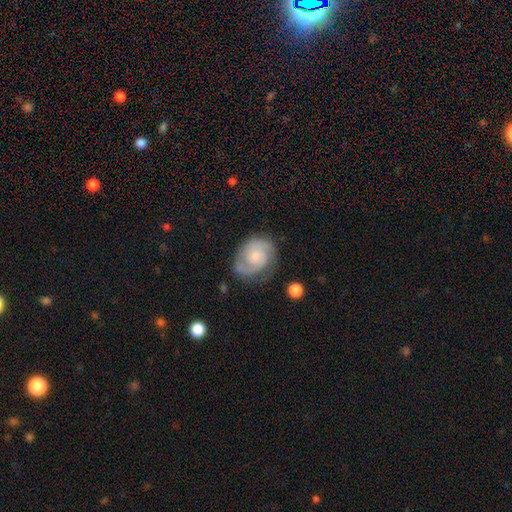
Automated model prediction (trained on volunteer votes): Smooth or featured? Predicted: featured or disk (p=0.79). Edge-on disk? Predicted: no (p=0.98). Bar? Predicted: no (p=0.66). Spiral arms? Predicted: yes (p=0.96). Spiral winding? Predicted: tight (p=0.46). Spiral arm count? Predicted: 2 (p=0.86). Bulge size? Predicted: small (p=0.41). Merging? Predicted: none (p=0.74).